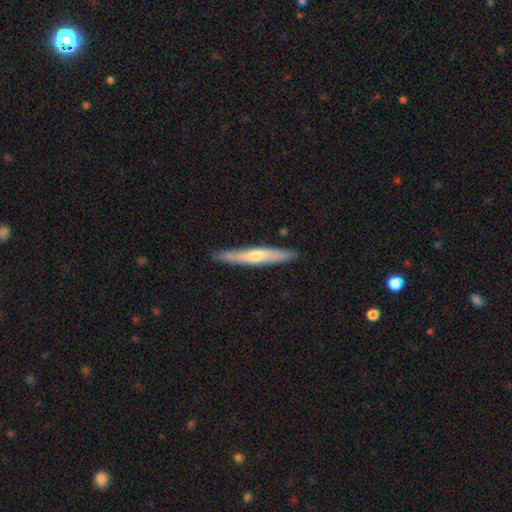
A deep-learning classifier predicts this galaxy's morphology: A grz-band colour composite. It shows a featured or disk galaxy (50%). Merging: none (89%).